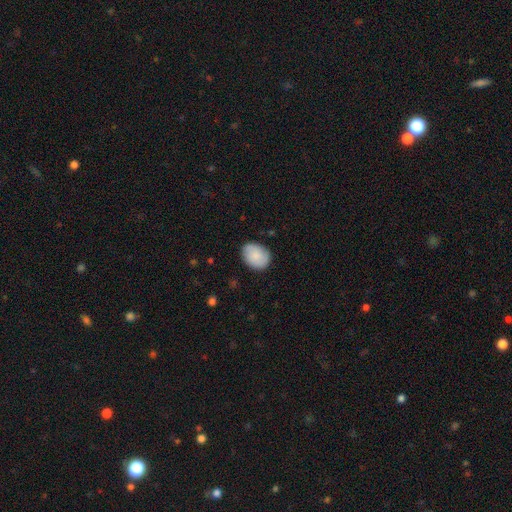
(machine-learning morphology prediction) Smooth or featured? smooth (83%)
How rounded? in between (60%)
Merging? none (82%)